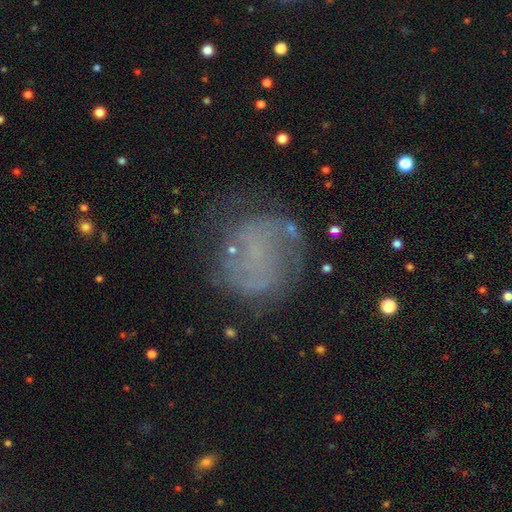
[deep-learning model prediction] smooth_or_featured: featured or disk (p=0.54) [alt: smooth p=0.30]
disk_edge_on: no (p=0.98) [alt: yes p=0.02]
bar: no (p=0.75) [alt: weak p=0.19]
has_spiral_arms: yes (p=0.59) [alt: no p=0.41]
bulge_size: none (p=0.72) [alt: small p=0.20]
merging: none (p=0.63) [alt: minor disturbance p=0.19]